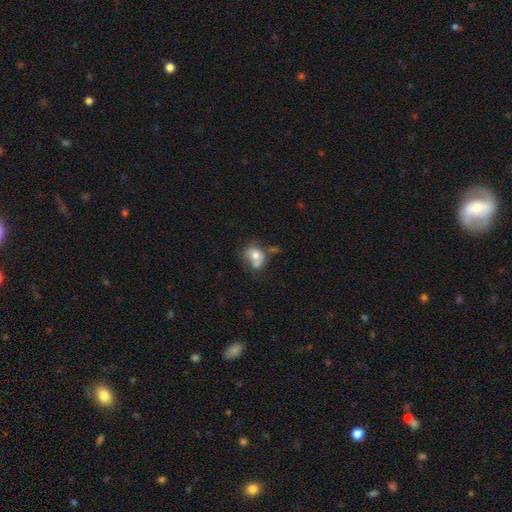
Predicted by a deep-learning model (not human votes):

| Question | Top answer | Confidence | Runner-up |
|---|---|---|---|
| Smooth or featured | smooth | 67% | featured or disk (23%) |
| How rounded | round | 53% | in between (46%) |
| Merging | merger | 35% | none (31%) |